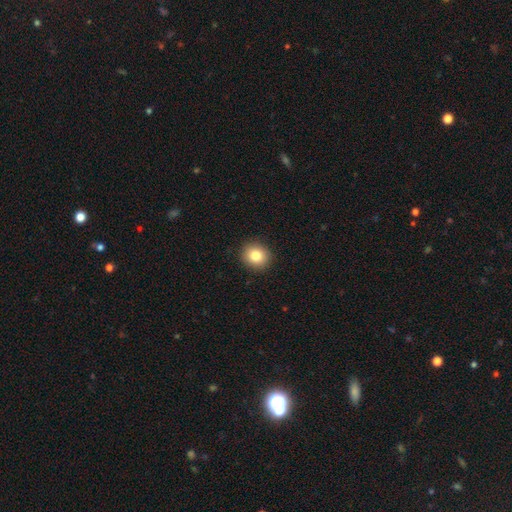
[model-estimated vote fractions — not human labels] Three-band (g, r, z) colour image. It shows a smooth galaxy with no disk features (82%) that is round (83%). Merging: none (92%).